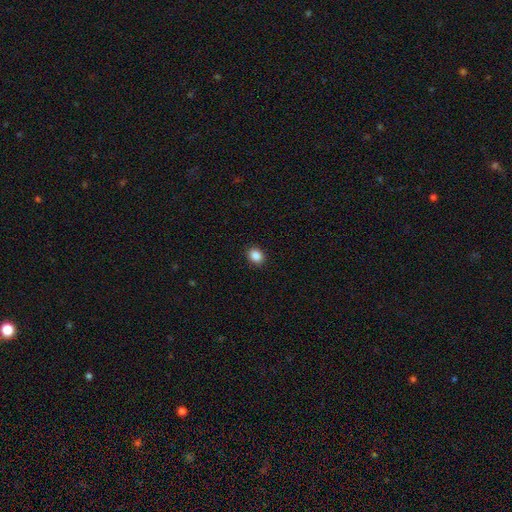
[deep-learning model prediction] Q: Smooth or featured?
A: smooth (87%); runner-up: star or artifact (10%)
Q: How rounded?
A: round (51%); runner-up: in between (48%)
Q: Merging?
A: none (90%); runner-up: minor disturbance (7%)